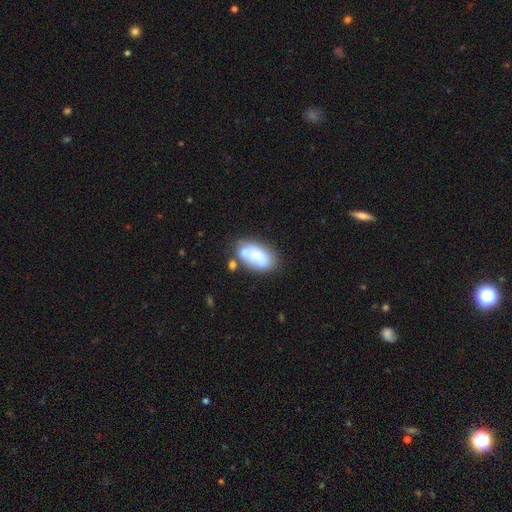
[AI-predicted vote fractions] Smooth or featured: smooth — 71% (featured or disk — 22%)
How rounded: in between — 93% (round — 5%)
Merging: none — 47% (merger — 22%)